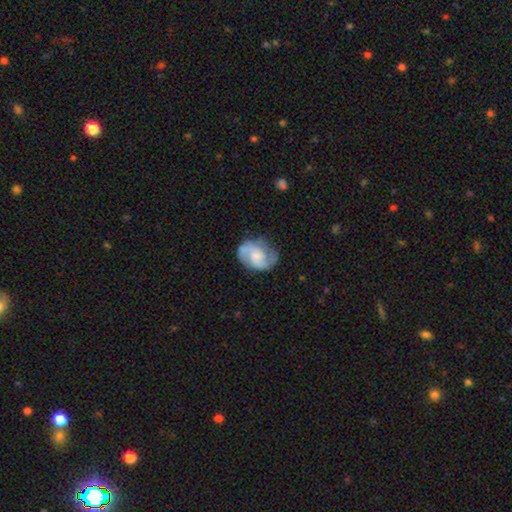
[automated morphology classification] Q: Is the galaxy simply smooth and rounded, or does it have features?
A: featured or disk — 76%.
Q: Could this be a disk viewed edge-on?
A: no — 98%.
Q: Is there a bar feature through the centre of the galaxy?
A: no — 55%.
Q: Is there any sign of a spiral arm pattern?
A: yes — 95%.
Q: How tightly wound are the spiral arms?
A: medium — 52%.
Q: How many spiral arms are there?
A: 2 — 87%.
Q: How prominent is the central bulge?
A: moderate — 38%.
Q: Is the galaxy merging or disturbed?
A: none — 71%.